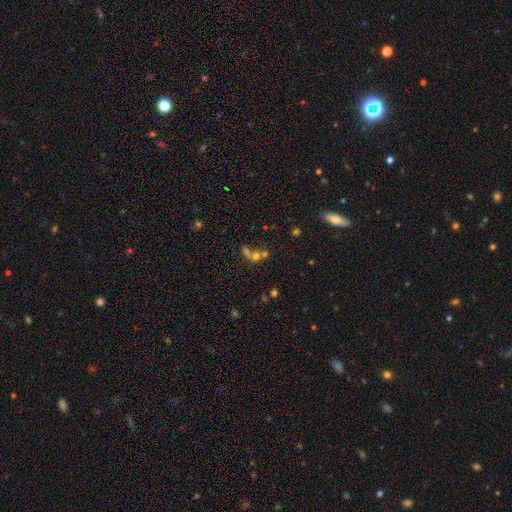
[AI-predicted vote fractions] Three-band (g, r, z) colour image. It shows a smooth galaxy with no disk features (50%). Merging: merger (52%).